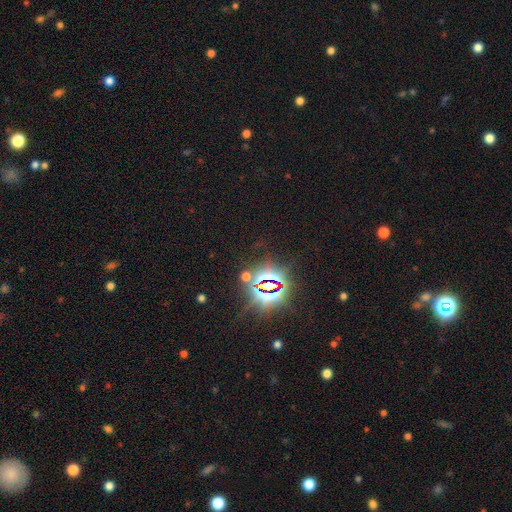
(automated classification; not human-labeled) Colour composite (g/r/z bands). It shows a star or artifact, not a galaxy (85%).